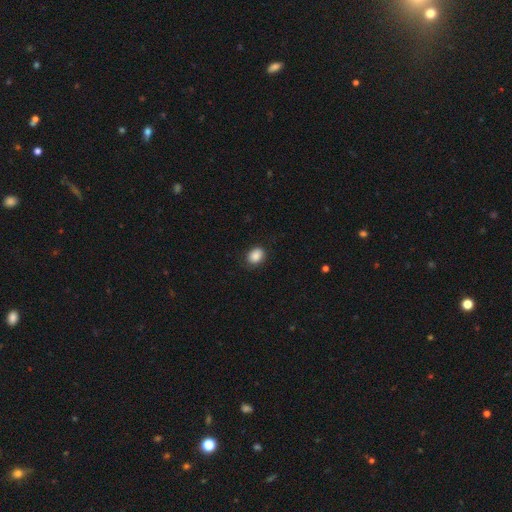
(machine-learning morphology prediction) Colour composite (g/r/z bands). It shows a smooth galaxy with no disk features (86%) that is in between round and cigar-shaped (55%). Merging: none (79%).